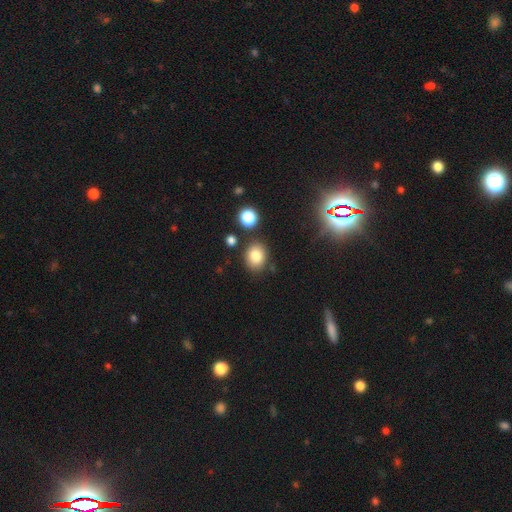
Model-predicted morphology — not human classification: Smooth or featured?
  - smooth: 81% *
  - star or artifact: 11%
  - featured or disk: 8%
How rounded?
  - round: 51% *
  - in between: 48%
  - cigar-shaped: 1%
Merging?
  - none: 80% *
  - minor disturbance: 11%
  - merger: 6%
  - major disturbance: 3%